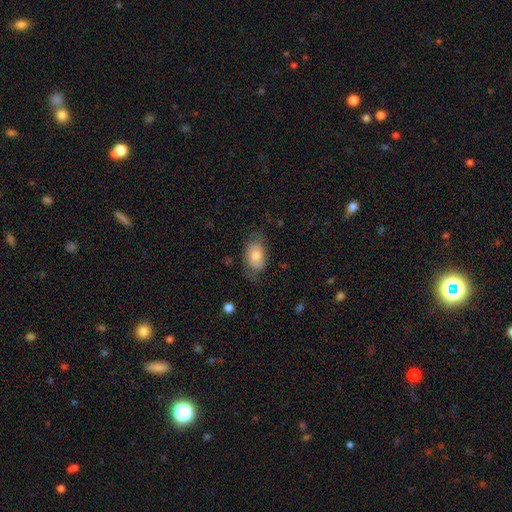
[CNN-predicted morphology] Q: Smooth or featured?
A: smooth (69%); runner-up: featured or disk (23%)
Q: How rounded?
A: in between (90%); runner-up: round (8%)
Q: Merging?
A: none (66%); runner-up: minor disturbance (24%)